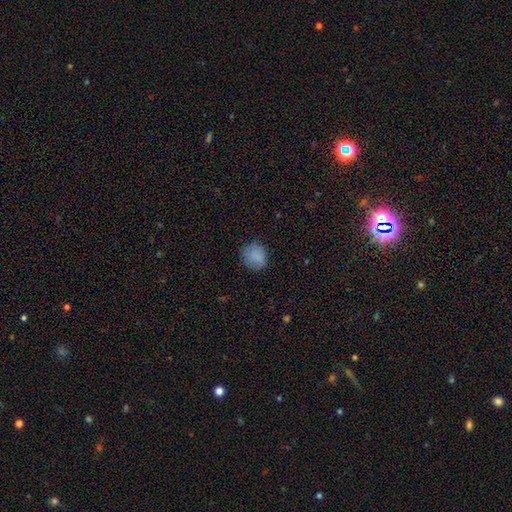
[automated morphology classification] type=smooth (86%); roundness=round (80%); merging=none (79%).